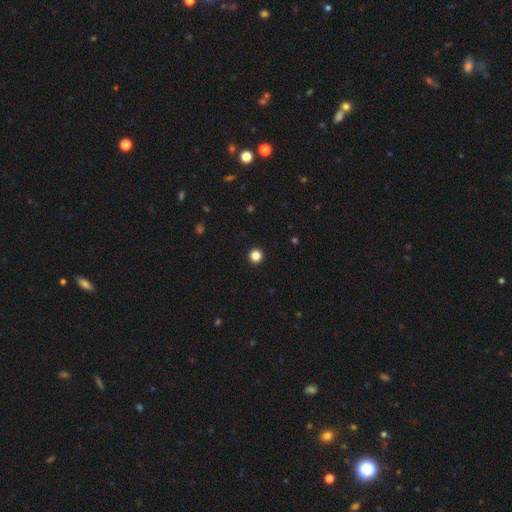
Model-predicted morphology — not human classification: smooth_or_featured: smooth (p=0.85) [alt: star or artifact p=0.12]
how_rounded: round (p=0.96) [alt: in between p=0.03]
merging: none (p=0.94) [alt: minor disturbance p=0.03]